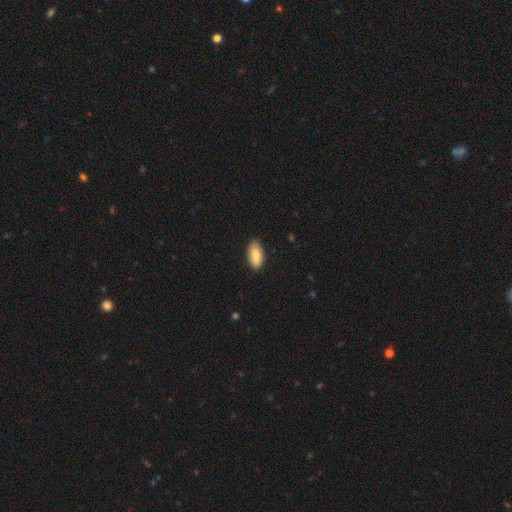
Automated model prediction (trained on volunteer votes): Overall: smooth (82%). How rounded: in between (90%). Merging: none (83%).